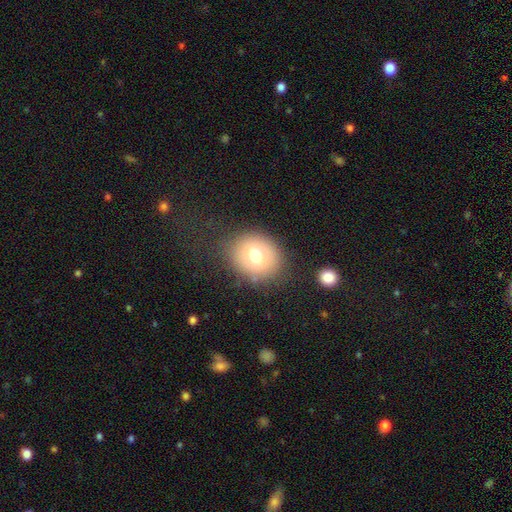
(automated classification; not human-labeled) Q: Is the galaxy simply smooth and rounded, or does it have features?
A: smooth — 70%.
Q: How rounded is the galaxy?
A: round — 66%.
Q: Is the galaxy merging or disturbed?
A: none — 77%.